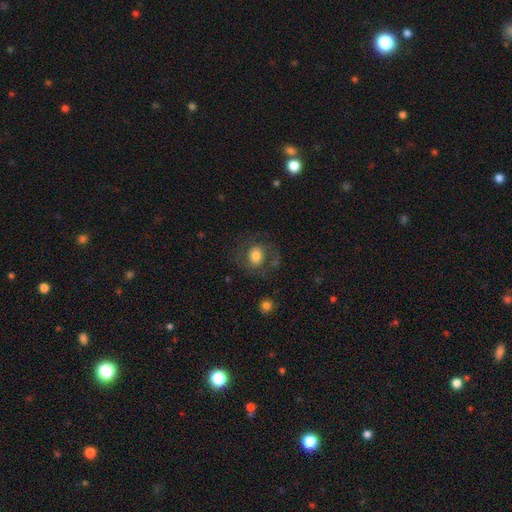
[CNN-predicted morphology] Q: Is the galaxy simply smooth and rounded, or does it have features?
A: smooth — 57%.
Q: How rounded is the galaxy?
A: round — 67%.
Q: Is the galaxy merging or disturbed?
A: none — 65%.